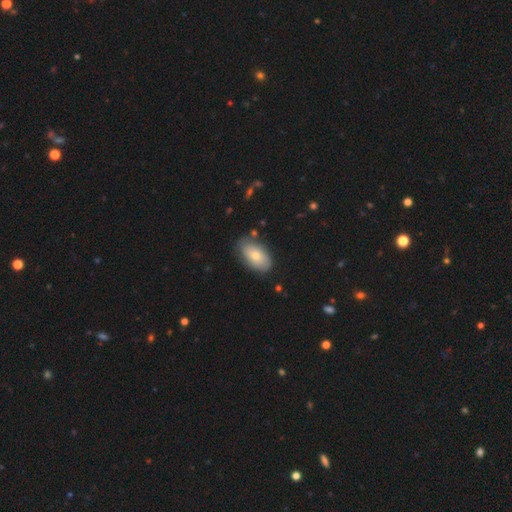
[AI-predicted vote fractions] Smooth or featured? smooth (68%)
How rounded? in between (92%)
Merging? none (77%)